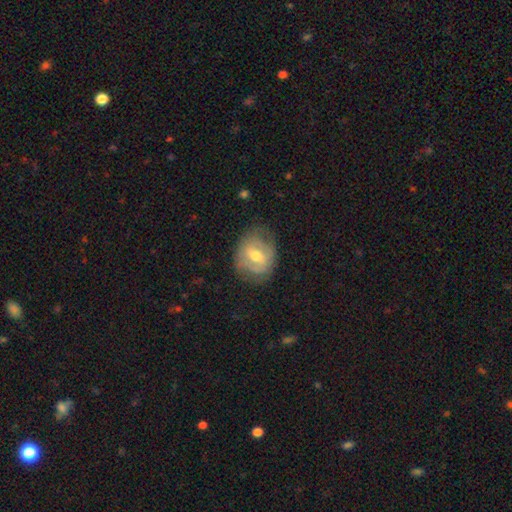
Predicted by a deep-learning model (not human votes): Smooth or featured? featured or disk (55%)
Edge-on disk? no (94%)
Bar? weak (48%)
Spiral arms? no (52%)
Bulge size? moderate (73%)
Merging? none (65%)